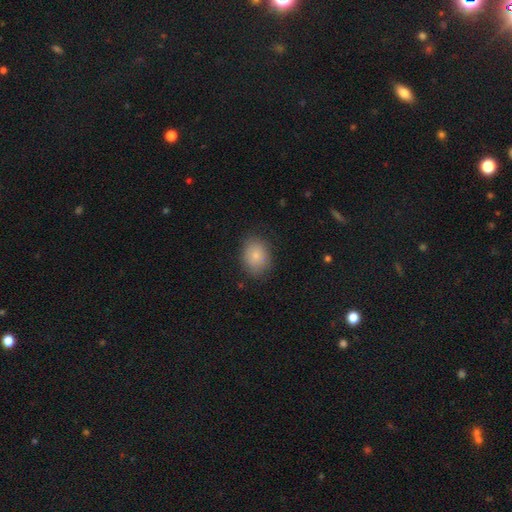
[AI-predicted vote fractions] Smooth or featured: smooth — 81% (featured or disk — 10%)
How rounded: in between — 58% (round — 41%)
Merging: none — 81% (minor disturbance — 14%)